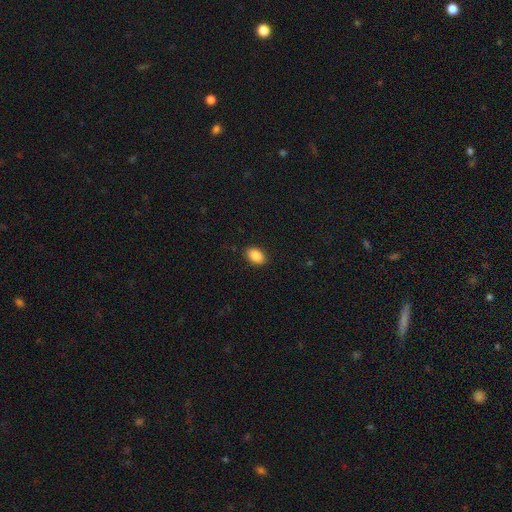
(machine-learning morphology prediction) This appears to be a smooth galaxy with no disk features (89%) that is in between round and cigar-shaped (87%). Merging: none (89%).